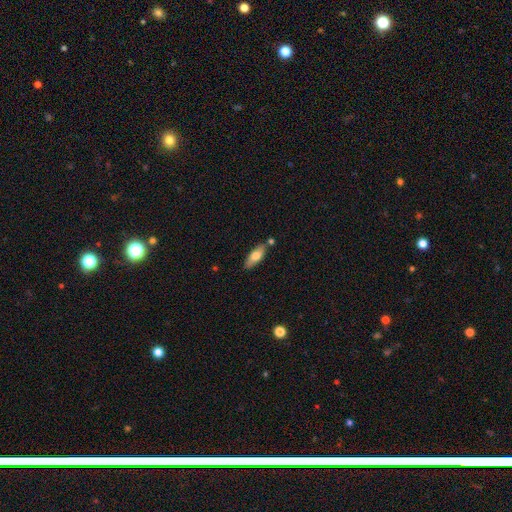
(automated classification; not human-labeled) This is likely a smooth galaxy (68%). How rounded: likely in between (69%). Merging: likely none (75%).